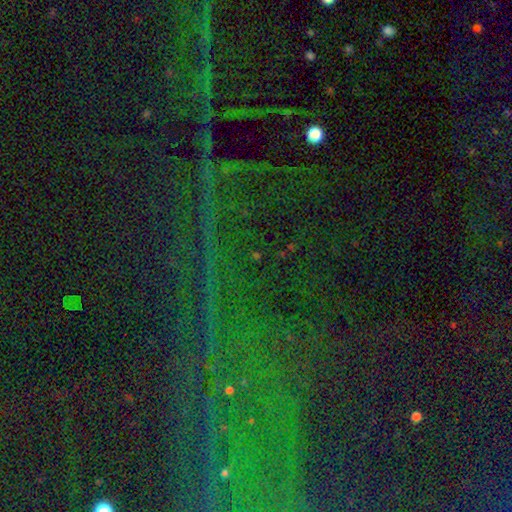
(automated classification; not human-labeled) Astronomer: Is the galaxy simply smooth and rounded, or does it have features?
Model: star or artifact — 81%.